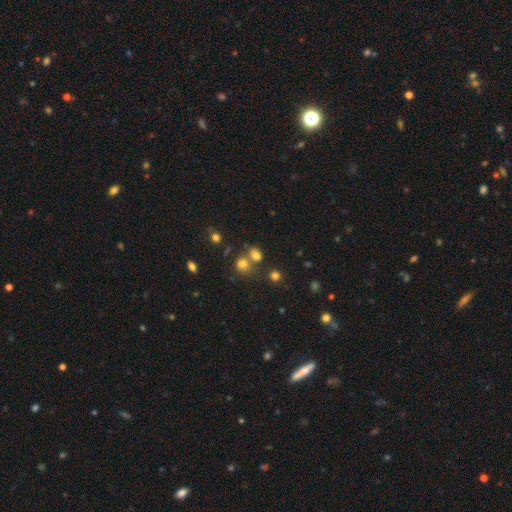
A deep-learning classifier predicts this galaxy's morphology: The model was most divided on "how rounded": in between: 50%, round: 49%, cigar-shaped: 1%. More confident: smooth or featured — smooth (74%); merging — none (52%).